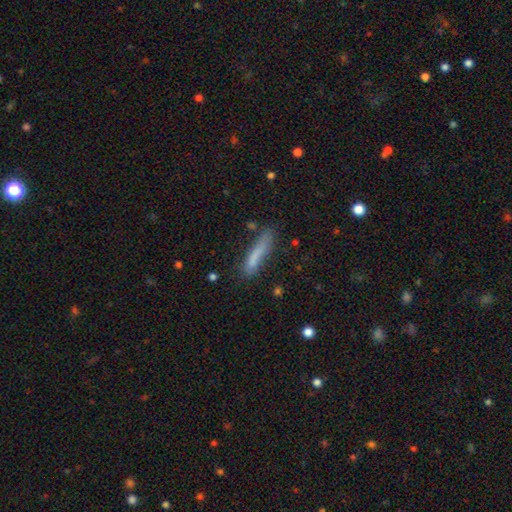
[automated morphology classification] smooth-or-featured: smooth: 77% | featured or disk: 16% | star or artifact: 8%
  how-rounded: cigar-shaped: 89% | in between: 10% | round: 1%
  merging: none: 70% | minor disturbance: 20% | major disturbance: 6% | merger: 4%